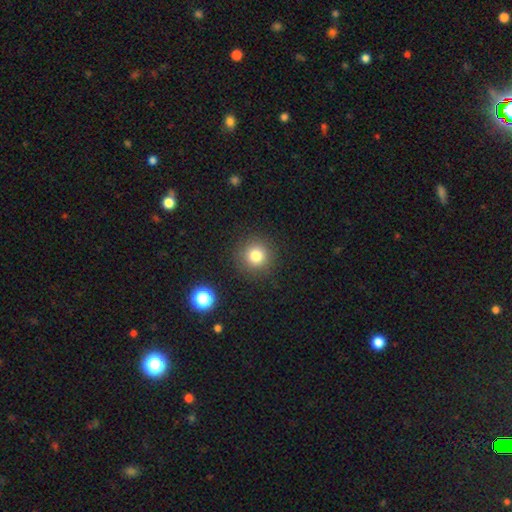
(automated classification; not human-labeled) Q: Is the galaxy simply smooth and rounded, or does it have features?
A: smooth — 80%.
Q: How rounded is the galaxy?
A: round — 95%.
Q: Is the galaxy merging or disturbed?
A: none — 90%.